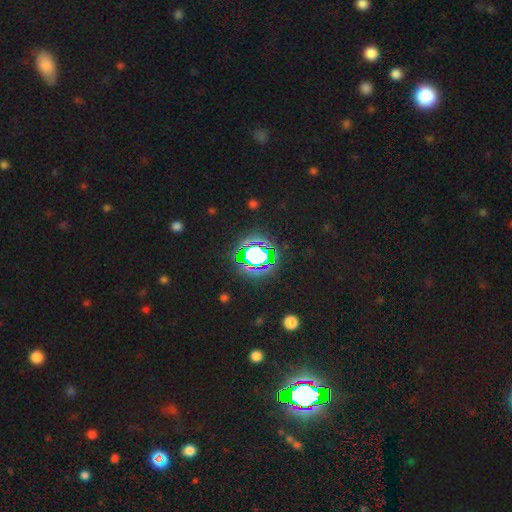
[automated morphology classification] smooth-or-featured: star or artifact: 59% | smooth: 25% | featured or disk: 16%